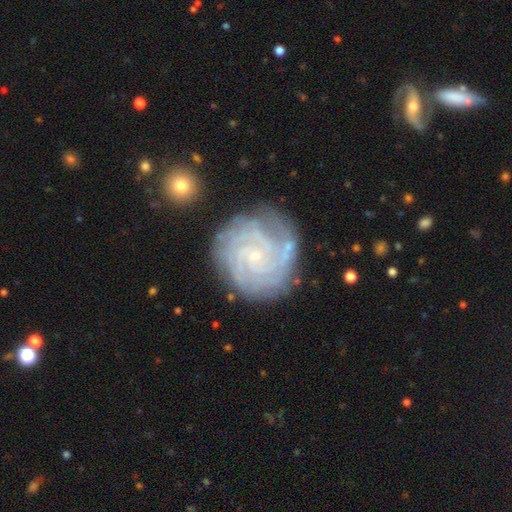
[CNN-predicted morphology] Smooth or featured: featured or disk — 89% (star or artifact — 6%)
Edge-on disk: no — 98% (yes — 2%)
Bar: no — 76% (weak — 19%)
Spiral arms: yes — 98% (no — 2%)
Spiral winding: tight — 81% (medium — 16%)
Spiral arm count: 4 — 31% (3 — 20%)
Bulge size: small — 87% (moderate — 9%)
Merging: none — 76% (minor disturbance — 17%)